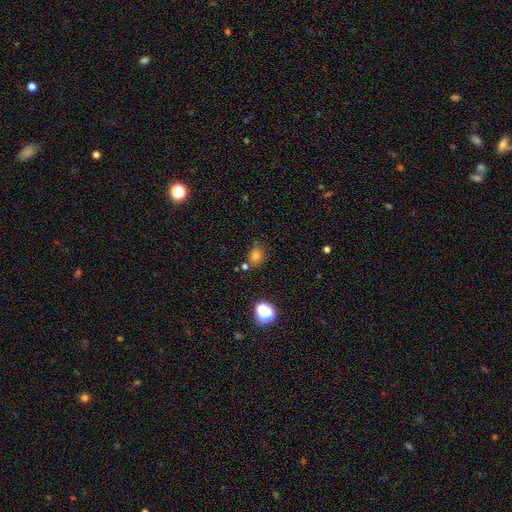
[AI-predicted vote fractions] Smooth or featured?
  - smooth: 73% *
  - star or artifact: 18%
  - featured or disk: 8%
How rounded?
  - round: 57% *
  - in between: 42%
  - cigar-shaped: 1%
Merging?
  - none: 74% *
  - minor disturbance: 13%
  - merger: 9%
  - major disturbance: 4%